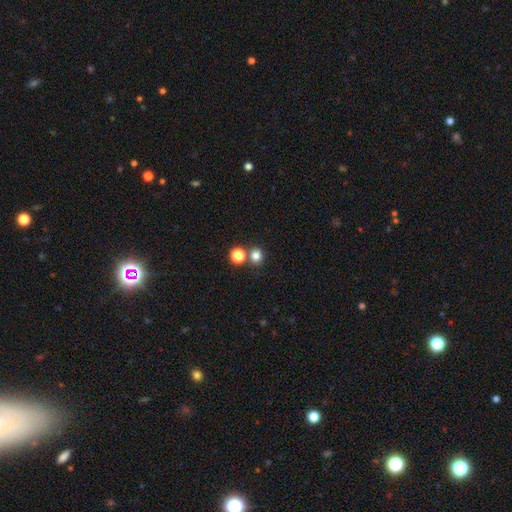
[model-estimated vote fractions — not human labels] A smooth galaxy with no disk features (79%) that is round (86%). Merging: none (70%).